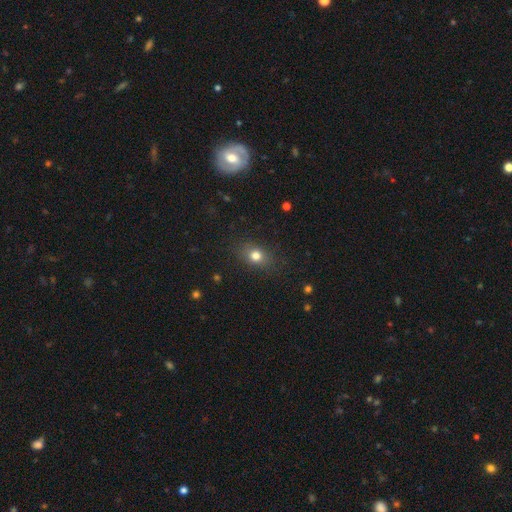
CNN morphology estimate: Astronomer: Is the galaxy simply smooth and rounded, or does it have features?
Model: smooth — 77%.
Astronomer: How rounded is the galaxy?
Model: in between — 57% (runner-up: round, 40%).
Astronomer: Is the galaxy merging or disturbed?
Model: none — 84%.